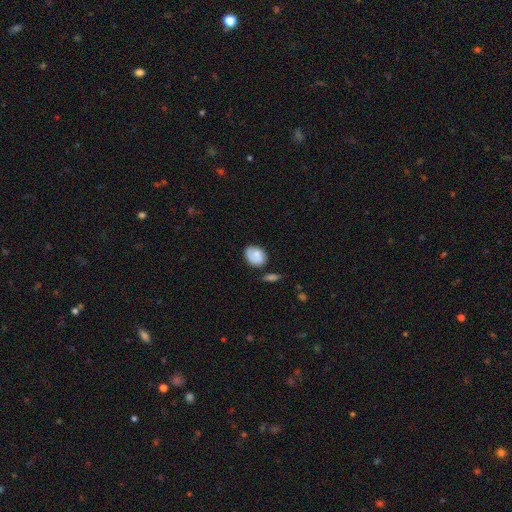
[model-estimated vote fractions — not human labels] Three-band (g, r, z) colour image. It shows a smooth galaxy with no disk features (68%) that is in between round and cigar-shaped (62%). Merging: none (55%).